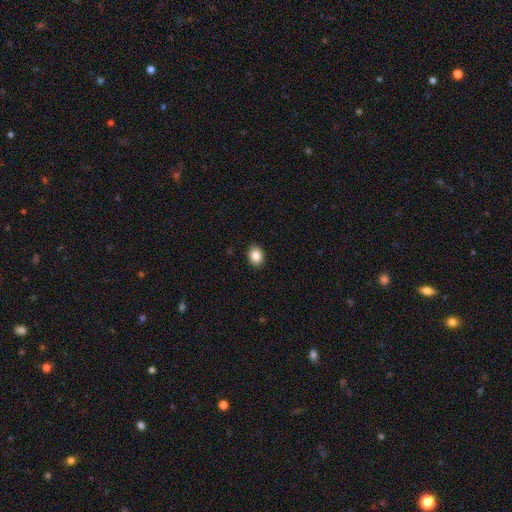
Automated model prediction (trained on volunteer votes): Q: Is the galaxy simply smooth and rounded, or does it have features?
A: smooth — 86%.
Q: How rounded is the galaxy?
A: in between — 52%.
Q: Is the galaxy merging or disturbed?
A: none — 90%.